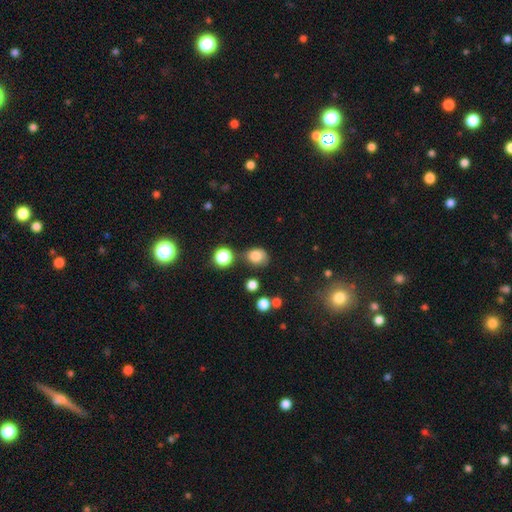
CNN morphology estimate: smooth-or-featured: smooth: 81% | star or artifact: 13% | featured or disk: 7%
  how-rounded: round: 55% | in between: 44% | cigar-shaped: 1%
  merging: none: 59% | minor disturbance: 25% | merger: 8% | major disturbance: 8%